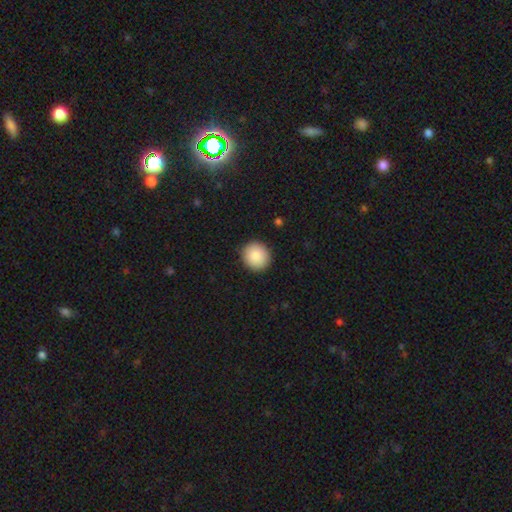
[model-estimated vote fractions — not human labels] This is clearly a smooth galaxy (88%). How rounded: clearly round (91%). Merging: clearly none (91%).